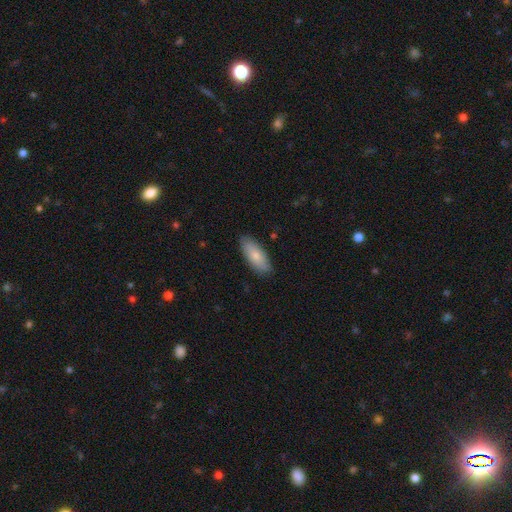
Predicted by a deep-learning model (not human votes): This appears to be a smooth galaxy with no disk features (77%) that is in between round and cigar-shaped (80%). Merging: none (86%).